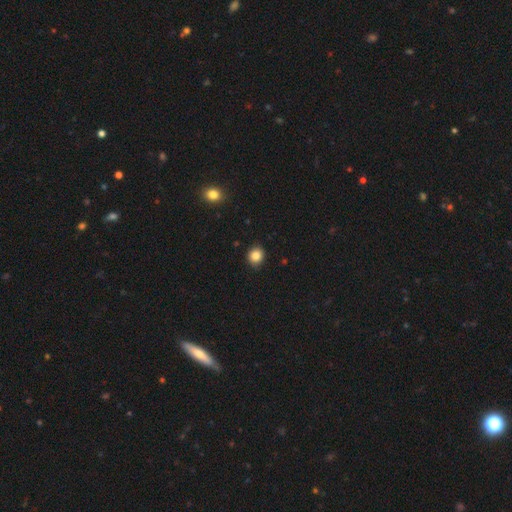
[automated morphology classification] Smooth or featured?
  - smooth: 85% *
  - star or artifact: 11%
  - featured or disk: 4%
How rounded?
  - round: 81% *
  - in between: 18%
  - cigar-shaped: 1%
Merging?
  - none: 89% *
  - minor disturbance: 8%
  - major disturbance: 2%
  - merger: 1%